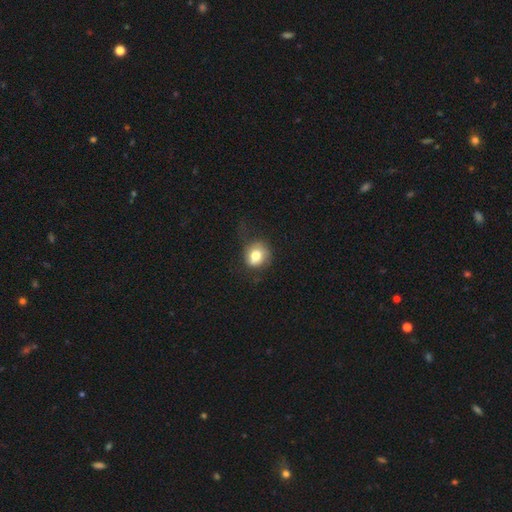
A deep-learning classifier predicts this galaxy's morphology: type=smooth (73%); roundness=round (76%); merging=none (60%).